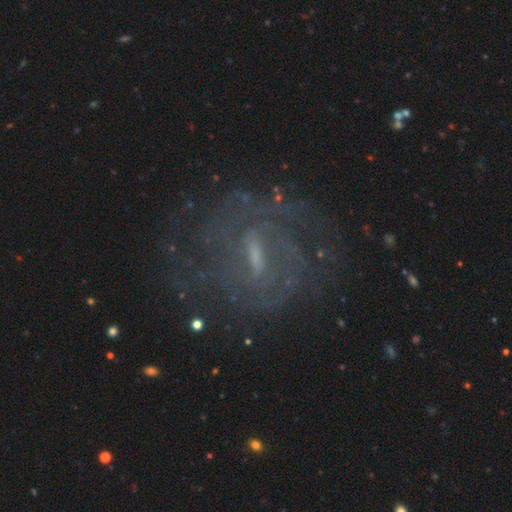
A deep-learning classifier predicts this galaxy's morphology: A featured or disk galaxy (81%) with a weak bar (44%), tight (54%) spiral arms (85%) and a small central bulge (44%). Merging: none (70%).